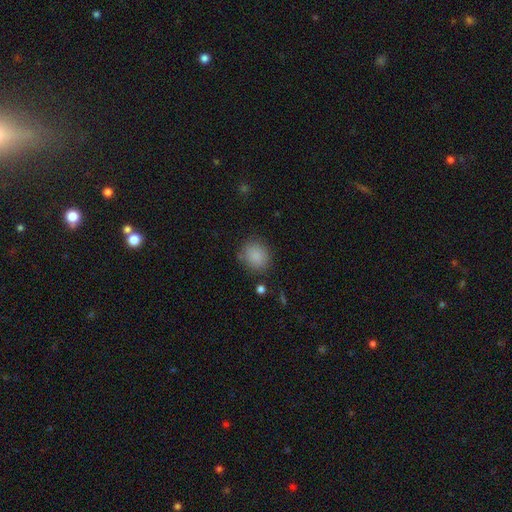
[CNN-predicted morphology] Q: Smooth or featured?
A: smooth (86%); runner-up: star or artifact (9%)
Q: How rounded?
A: round (66%); runner-up: in between (33%)
Q: Merging?
A: none (80%); runner-up: minor disturbance (13%)